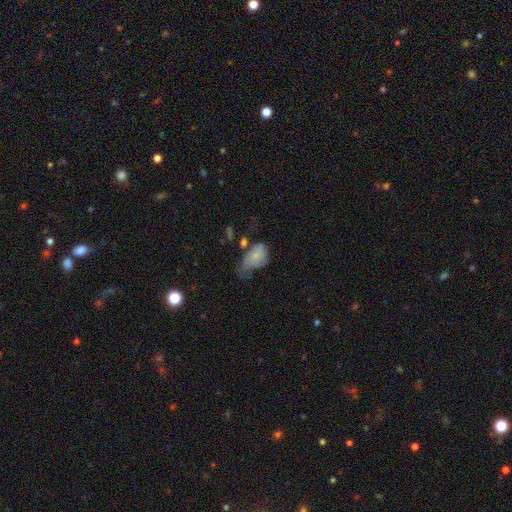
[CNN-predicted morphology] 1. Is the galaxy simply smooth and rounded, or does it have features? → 72% smooth, 19% featured or disk, 8% star or artifact.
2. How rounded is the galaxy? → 86% in between, 12% round, 2% cigar-shaped.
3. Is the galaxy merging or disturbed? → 36% minor disturbance, 33% major disturbance, 22% none, 9% merger.